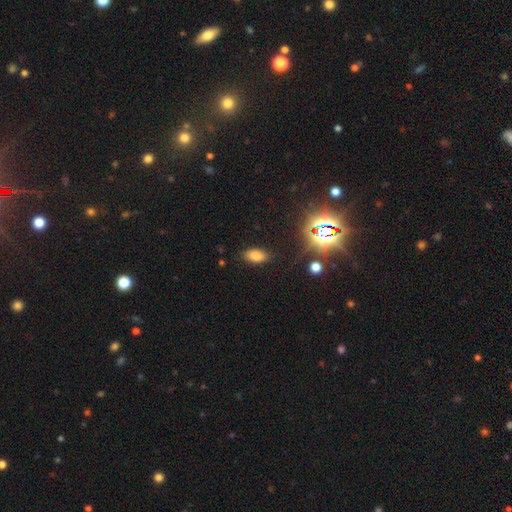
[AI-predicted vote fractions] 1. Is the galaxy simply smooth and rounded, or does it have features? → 75% smooth, 18% star or artifact, 8% featured or disk.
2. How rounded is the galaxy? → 91% in between, 5% round, 4% cigar-shaped.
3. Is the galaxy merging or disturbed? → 86% none, 10% minor disturbance, 3% major disturbance, 1% merger.